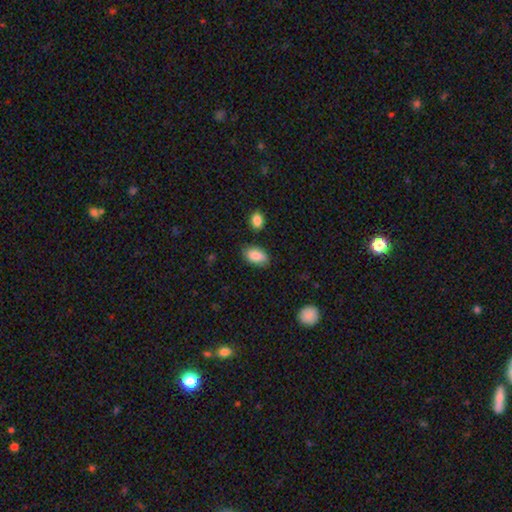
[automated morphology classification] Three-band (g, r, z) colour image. It shows a smooth galaxy with no disk features (86%) that is in between round and cigar-shaped (92%). Merging: none (78%).